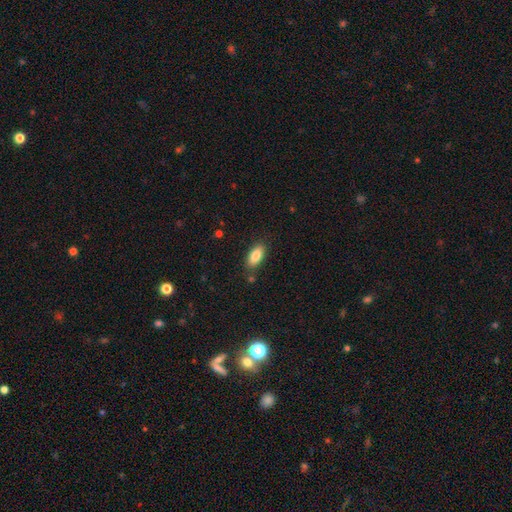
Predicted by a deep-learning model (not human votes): smooth_or_featured: smooth (p=0.84) [alt: featured or disk p=0.09]
how_rounded: in between (p=0.88) [alt: cigar-shaped p=0.09]
merging: none (p=0.83) [alt: minor disturbance p=0.11]